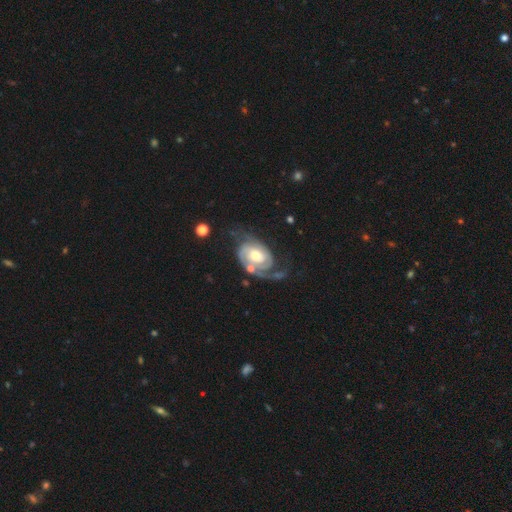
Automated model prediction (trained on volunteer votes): Smooth or featured?
  - featured or disk: 89% *
  - smooth: 6%
  - star or artifact: 4%
Edge-on disk?
  - no: 97% *
  - yes: 3%
Bar?
  - no: 59% *
  - weak: 32%
  - strong: 9%
Spiral arms?
  - yes: 97% *
  - no: 3%
Spiral winding?
  - tight: 55% *
  - medium: 34%
  - loose: 11%
Spiral arm count?
  - 2: 77% *
  - 1: 8%
  - can't tell: 7%
  - 3: 5%
  - 4: 2%
  - more than 4: 2%
Bulge size?
  - moderate: 65% *
  - small: 21%
  - large: 11%
  - none: 2%
  - dominant: 1%
Merging?
  - none: 57% *
  - minor disturbance: 20%
  - major disturbance: 17%
  - merger: 6%